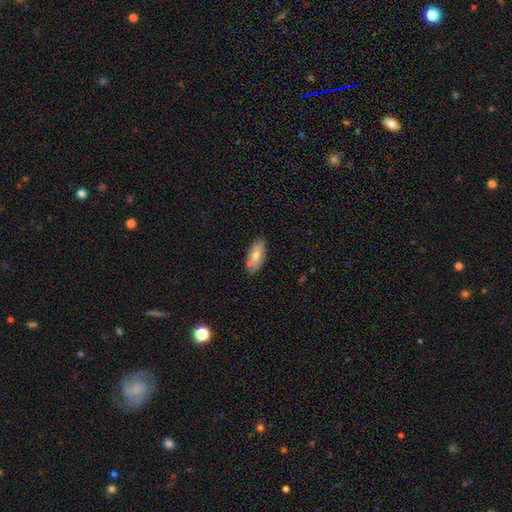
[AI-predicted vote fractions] smooth 65%, featured or disk 28%, star or artifact 6%. Down the decision tree: how rounded — in between (89%); merging — none (77%).